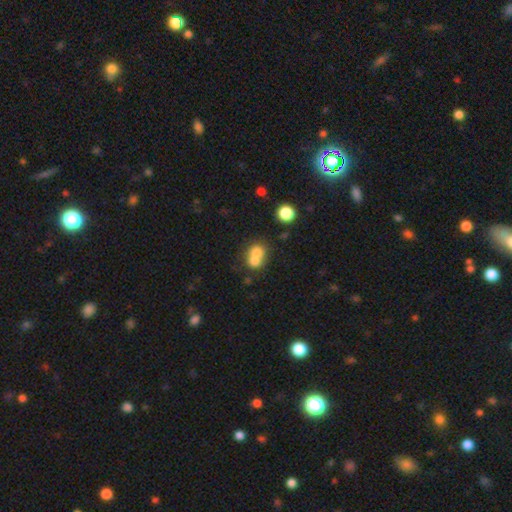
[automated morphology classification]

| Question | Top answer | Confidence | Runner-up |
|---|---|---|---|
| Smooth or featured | smooth | 70% | featured or disk (19%) |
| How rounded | round | 68% | in between (31%) |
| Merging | merger | 66% | none (26%) |